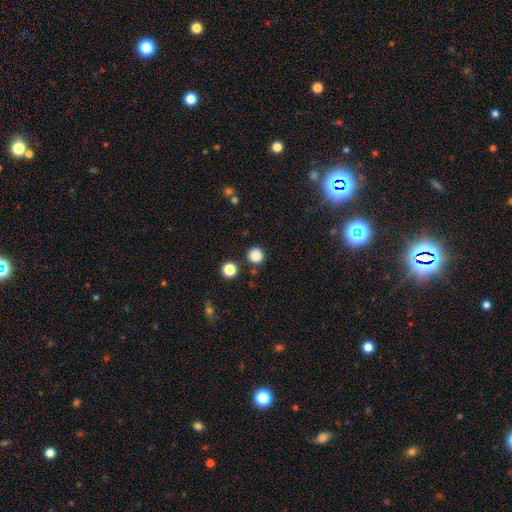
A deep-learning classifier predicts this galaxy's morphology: smooth_or_featured: smooth (p=0.85) [alt: star or artifact p=0.12]
how_rounded: round (p=0.94) [alt: in between p=0.05]
merging: none (p=0.86) [alt: minor disturbance p=0.07]